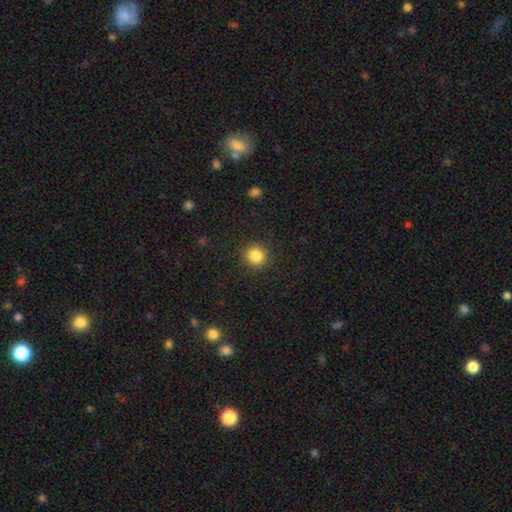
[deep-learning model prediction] smooth 85%, star or artifact 10%, featured or disk 4%. Down the decision tree: how rounded — round (91%); merging — none (90%).